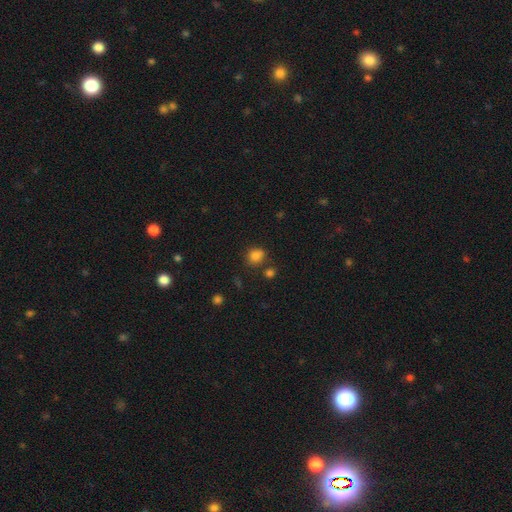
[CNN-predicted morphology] A smooth galaxy with no disk features (82%) that is round (72%). Merging: none (71%).